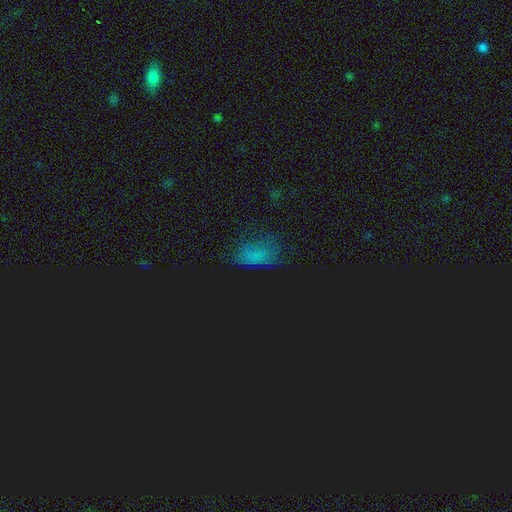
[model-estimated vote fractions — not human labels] A smooth galaxy with no disk features (52%) that is in between round and cigar-shaped (84%).

Vote fractions:
- Smooth or featured? smooth: 52% / star or artifact: 37% / featured or disk: 11%
- How rounded? in between: 84% / round: 11% / cigar-shaped: 4%
- Merging? none: 57% / minor disturbance: 26% / major disturbance: 14% / merger: 3%